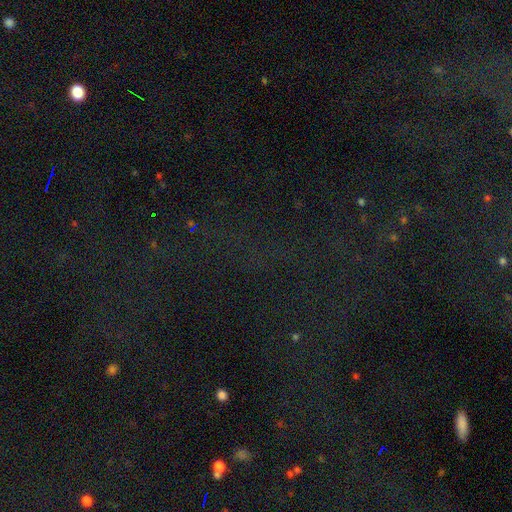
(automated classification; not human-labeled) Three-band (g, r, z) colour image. It shows a star or artifact, not a galaxy (77%).